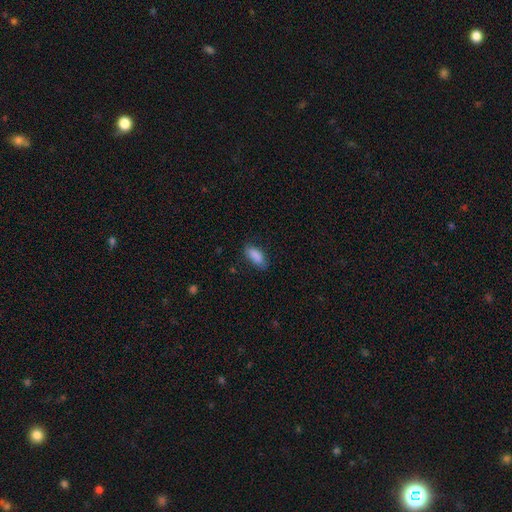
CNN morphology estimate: smooth 88%, star or artifact 7%, featured or disk 6%. Down the decision tree: how rounded — in between (84%); merging — none (76%).